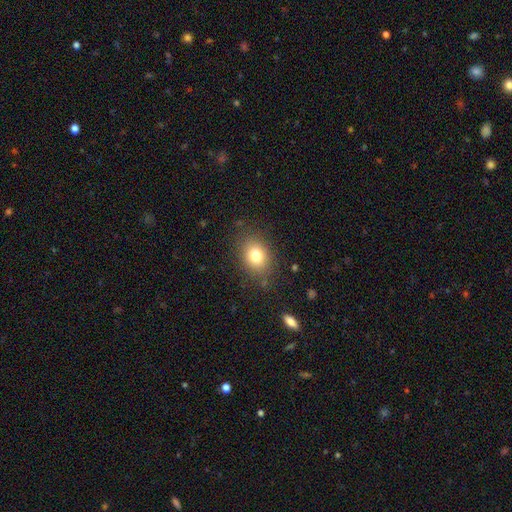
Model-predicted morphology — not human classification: Q: Smooth or featured?
A: smooth (78%); runner-up: star or artifact (12%)
Q: How rounded?
A: in between (54%); runner-up: round (46%)
Q: Merging?
A: none (82%); runner-up: minor disturbance (12%)